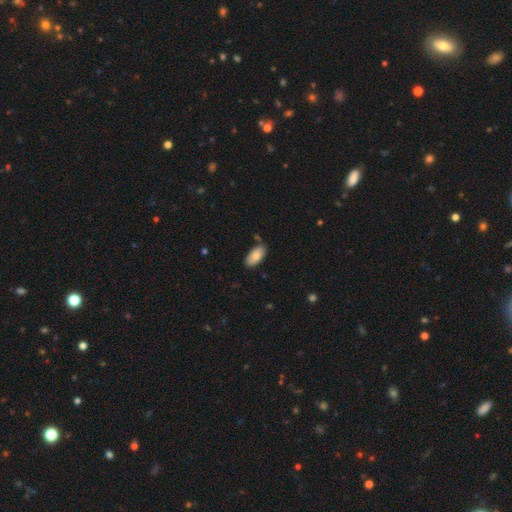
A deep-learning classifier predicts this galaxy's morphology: type=smooth (84%); roundness=in between (93%); merging=none (81%).